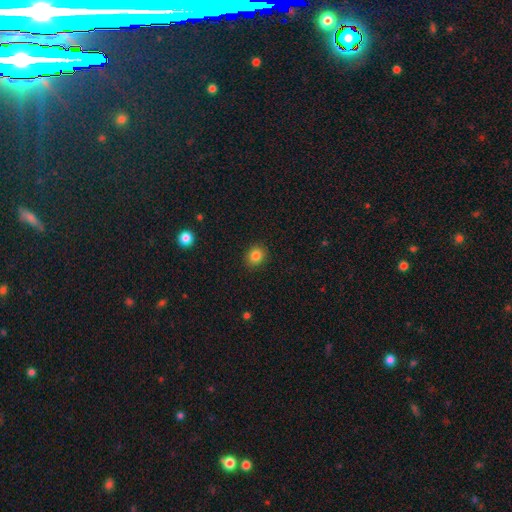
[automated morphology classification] This appears to be a smooth galaxy with no disk features (84%) that is round (71%). Merging: none (90%).